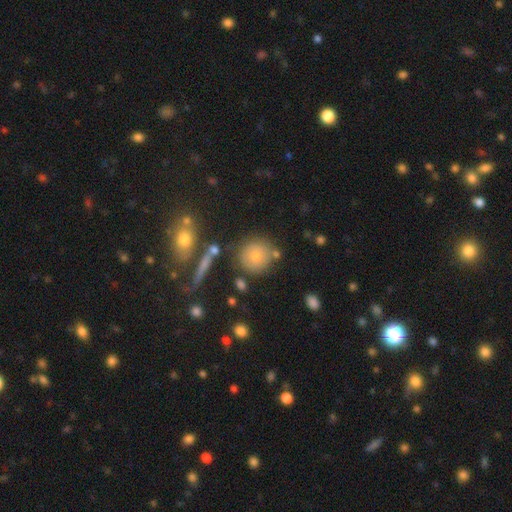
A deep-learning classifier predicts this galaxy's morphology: smooth 75%, featured or disk 15%, star or artifact 11%. Down the decision tree: how rounded — round (90%); merging — none (73%).